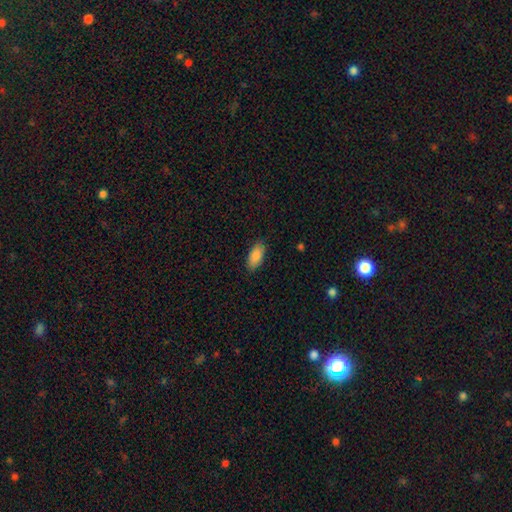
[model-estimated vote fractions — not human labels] smooth_or_featured: smooth (p=0.87) [alt: star or artifact p=0.06]
how_rounded: in between (p=0.91) [alt: cigar-shaped p=0.07]
merging: none (p=0.85) [alt: minor disturbance p=0.11]